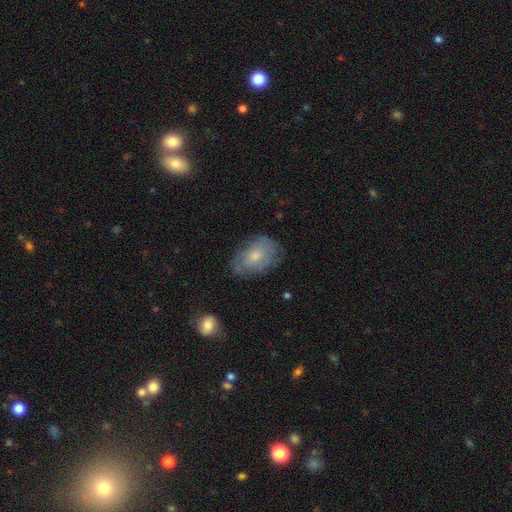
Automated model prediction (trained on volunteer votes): The model was most divided on "smooth or featured": smooth: 53%, featured or disk: 40%, star or artifact: 8%. More confident: how rounded — in between (86%); merging — none (66%).